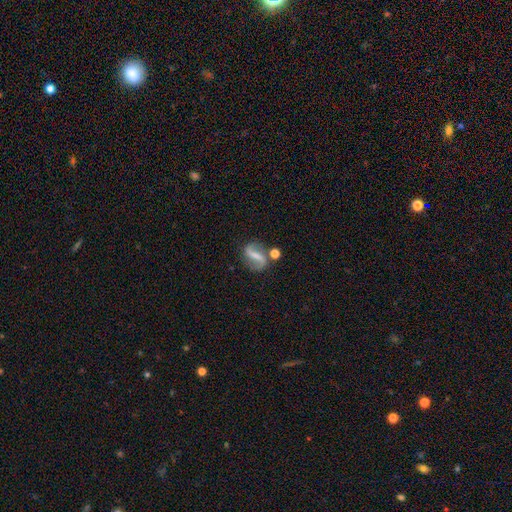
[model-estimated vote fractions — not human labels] smooth-or-featured: featured or disk: 72% | smooth: 19% | star or artifact: 9%
  disk-edge-on: no: 95% | yes: 5%
    bar: strong: 61% | weak: 26% | no: 13%
    has-spiral-arms: yes: 87% | no: 13%
      spiral-winding: loose: 68% | medium: 23% | tight: 9%
      spiral-arm-count: 2: 90% | 1: 4% | can't tell: 4% | 3: 1% | 4: 1% | more than 4: 1%
    bulge-size: none: 40% | small: 37% | moderate: 18% | large: 3% | dominant: 2%
  merging: none: 67% | minor disturbance: 15% | merger: 10% | major disturbance: 7%